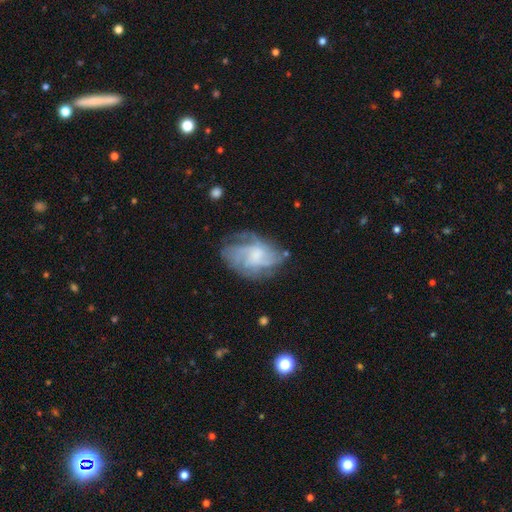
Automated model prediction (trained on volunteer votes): Smooth or featured: featured or disk — 69% (smooth — 23%)
Edge-on disk: no — 97% (yes — 3%)
Bar: no — 61% (weak — 33%)
Spiral arms: yes — 83% (no — 17%)
Spiral winding: medium — 43% (tight — 35%)
Spiral arm count: can't tell — 41% (3 — 19%)
Bulge size: small — 32% (tied with moderate — 32%)
Merging: none — 55% (minor disturbance — 25%)